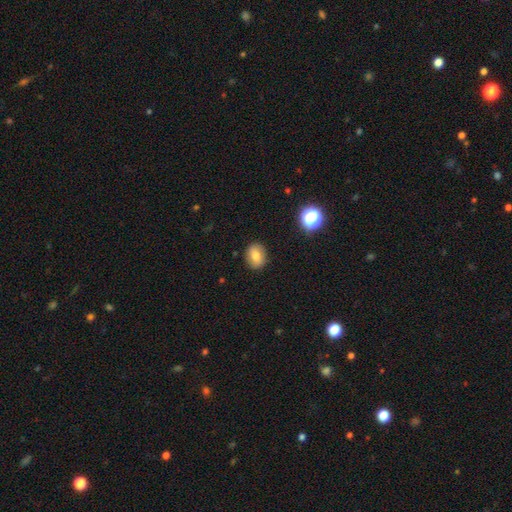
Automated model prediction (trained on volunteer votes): This appears to be a smooth galaxy with no disk features (76%) that is in between round and cigar-shaped (60%). Merging: none (87%).